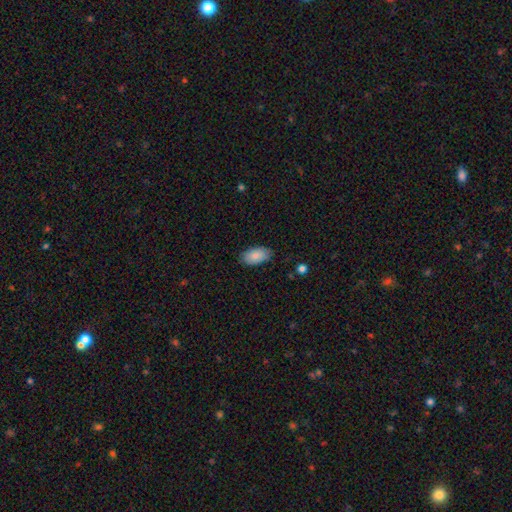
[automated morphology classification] A smooth galaxy with no disk features (85%) that is in between round and cigar-shaped (95%). Merging: none (83%).